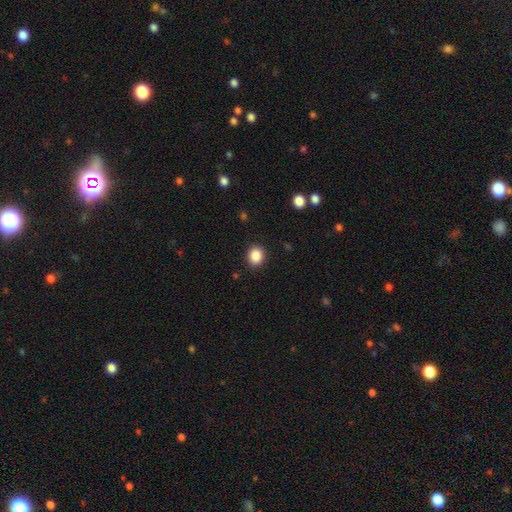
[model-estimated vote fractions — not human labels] This is clearly a smooth galaxy (88%). How rounded: likely round (69%). Merging: clearly none (90%).